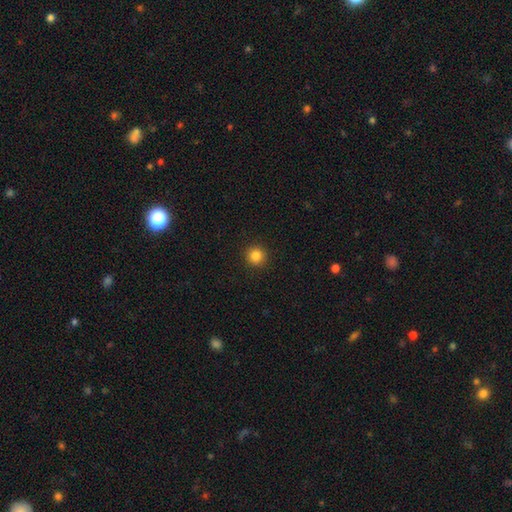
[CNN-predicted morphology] Overall: smooth (84%). How rounded: round (95%). Merging: none (93%).